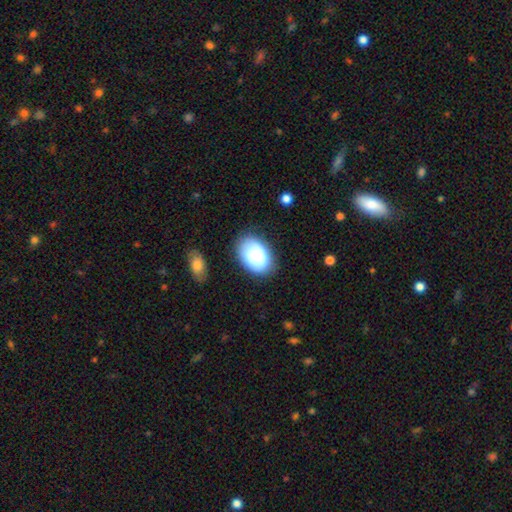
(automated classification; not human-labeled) This is clearly a smooth galaxy (83%). How rounded: clearly in between (88%). Merging: clearly none (81%).